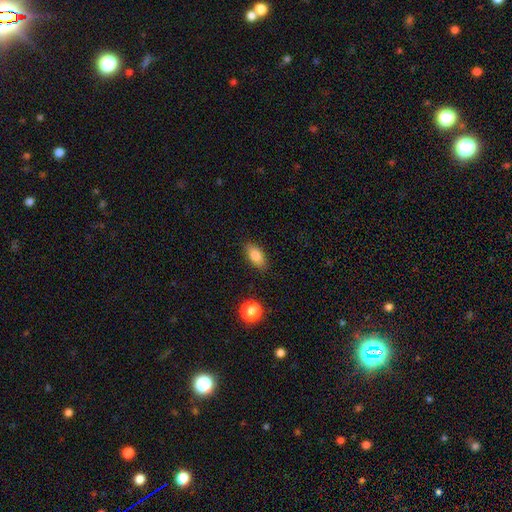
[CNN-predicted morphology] Overall: smooth (84%). How rounded: in between (85%). Merging: none (84%).